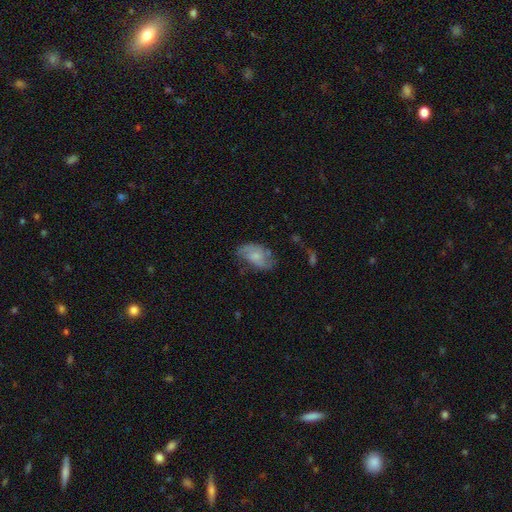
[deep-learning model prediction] A featured or disk galaxy (47%). Merging: none (51%).